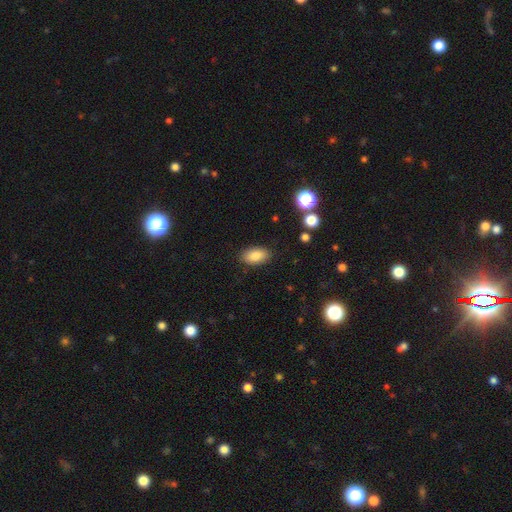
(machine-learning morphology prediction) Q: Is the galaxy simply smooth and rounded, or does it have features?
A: smooth — 85%.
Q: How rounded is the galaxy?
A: in between — 93%.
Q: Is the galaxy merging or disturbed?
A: none — 87%.